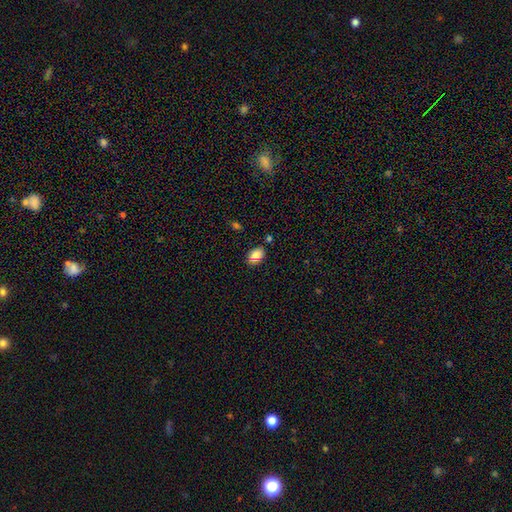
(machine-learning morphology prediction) smooth_or_featured: smooth (p=0.84) [alt: star or artifact p=0.09]
how_rounded: in between (p=0.83) [alt: round p=0.16]
merging: none (p=0.78) [alt: minor disturbance p=0.14]